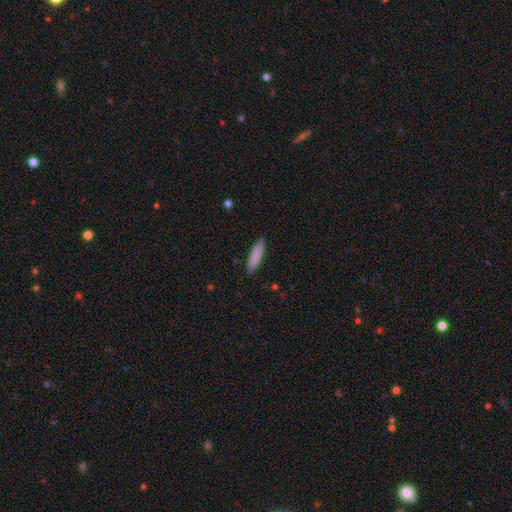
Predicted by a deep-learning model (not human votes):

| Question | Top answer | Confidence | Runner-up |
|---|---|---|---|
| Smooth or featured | smooth | 86% | featured or disk (8%) |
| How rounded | cigar-shaped | 74% | in between (25%) |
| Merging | none | 88% | minor disturbance (9%) |